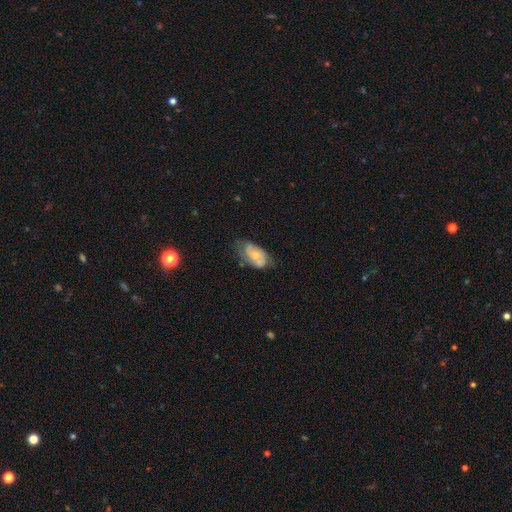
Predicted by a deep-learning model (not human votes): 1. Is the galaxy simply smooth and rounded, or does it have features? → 51% featured or disk, 42% smooth, 7% star or artifact.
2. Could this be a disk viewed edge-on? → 95% no, 5% yes.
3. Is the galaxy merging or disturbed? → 46% none, 34% minor disturbance, 14% major disturbance, 6% merger.